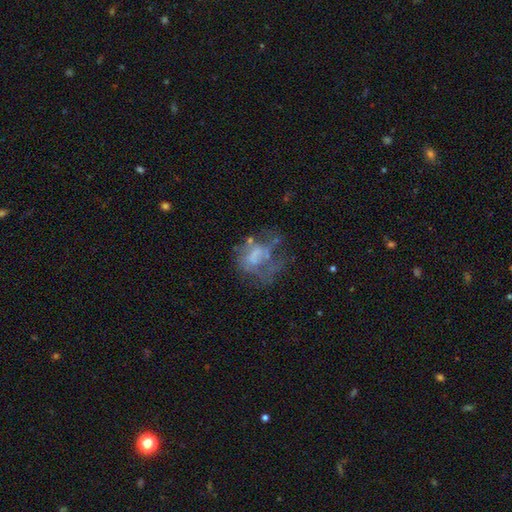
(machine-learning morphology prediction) Smooth or featured? featured or disk (55%)
Edge-on disk? no (98%)
Bar? no (75%)
Spiral arms? no (77%)
Bulge size? none (57%)
Merging? major disturbance (41%)